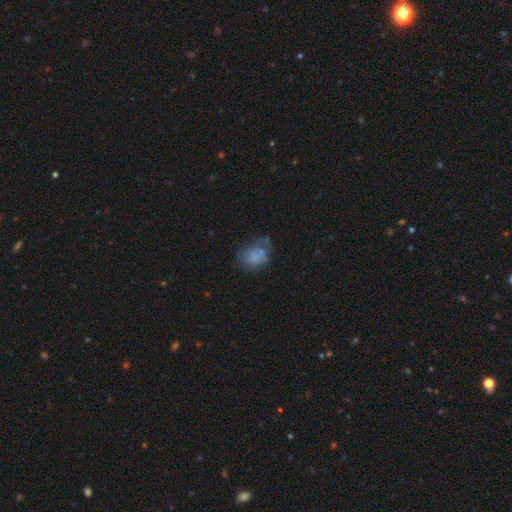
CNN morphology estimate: A smooth galaxy with no disk features (61%) that is in between round and cigar-shaped (57%).

Vote fractions:
- Smooth or featured? smooth: 61% / featured or disk: 27% / star or artifact: 12%
- How rounded? in between: 57% / round: 42% / cigar-shaped: 1%
- Merging? none: 38% / minor disturbance: 29% / major disturbance: 24% / merger: 10%